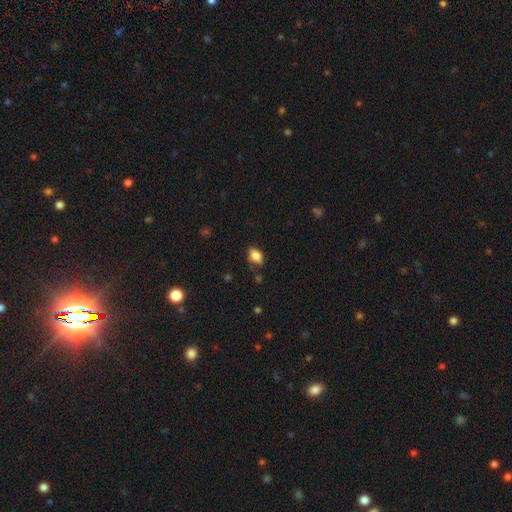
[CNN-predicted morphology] smooth 81%, featured or disk 10%, star or artifact 9%. Down the decision tree: how rounded — in between (87%); merging — none (75%).